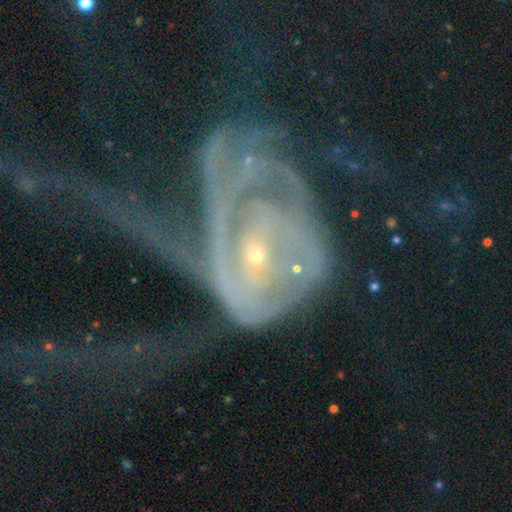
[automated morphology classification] The model was most divided on "spiral arm count": can't tell: 36%, 2: 28%, 1: 12%, 3: 10%, 4: 7%, more than 4: 7%. Remaining: edge-on disk — no (94%); spiral arms — yes (76%); bulge size — small (72%); smooth or featured — featured or disk (71%); bar — no (60%); merging — major disturbance (52%); spiral winding — tight (43%).